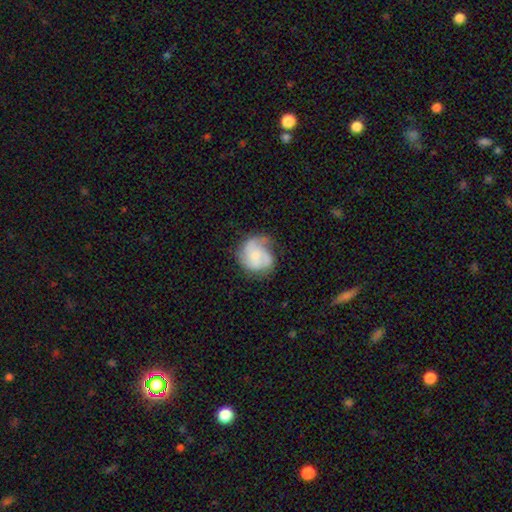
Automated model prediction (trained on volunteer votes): Smooth or featured: featured or disk — 58% (smooth — 35%)
Edge-on disk: no — 98% (yes — 2%)
Bar: no — 71% (weak — 25%)
Spiral arms: yes — 83% (no — 17%)
Bulge size: small — 51% (moderate — 29%)
Merging: none — 48% (minor disturbance — 28%)